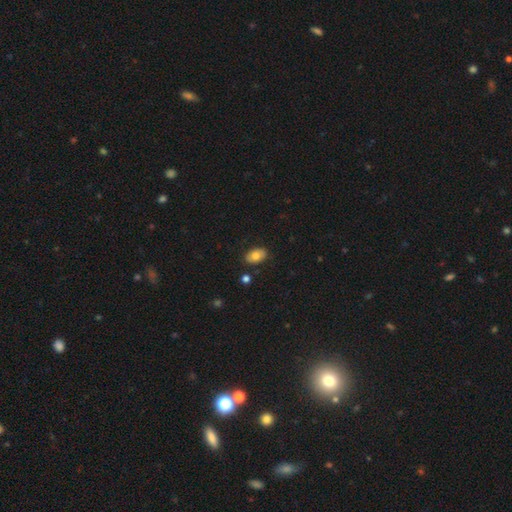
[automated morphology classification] smooth-or-featured: smooth: 78% | featured or disk: 14% | star or artifact: 8%
  how-rounded: in between: 90% | round: 9% | cigar-shaped: 1%
  merging: none: 85% | minor disturbance: 11% | major disturbance: 2% | merger: 2%